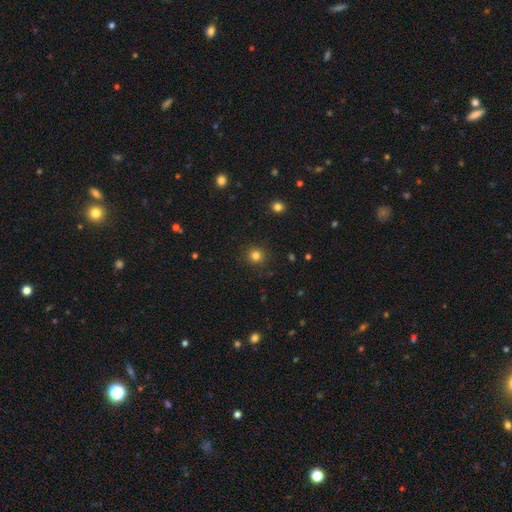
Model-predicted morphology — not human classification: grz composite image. It shows a smooth galaxy with no disk features (81%) that is round (92%). Merging: none (90%).